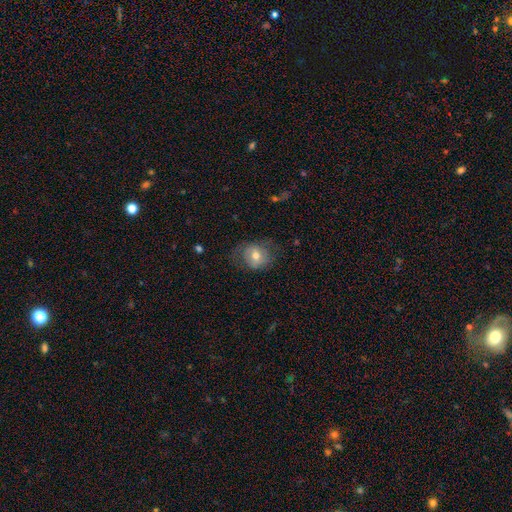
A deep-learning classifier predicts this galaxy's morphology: Smooth or featured? smooth (59%)
How rounded? round (65%)
Merging? none (62%)